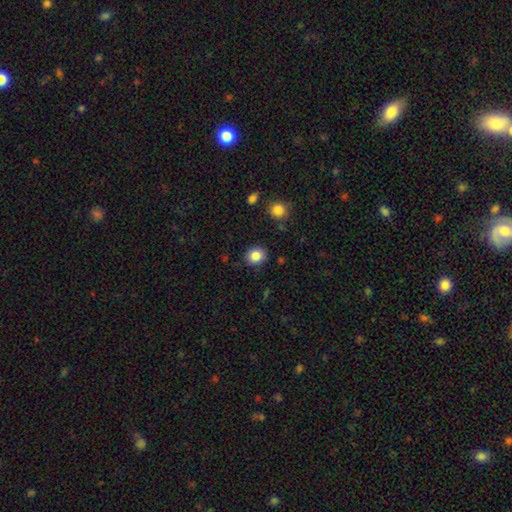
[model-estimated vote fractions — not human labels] Q: Smooth or featured?
A: smooth (84%); runner-up: star or artifact (10%)
Q: How rounded?
A: round (76%); runner-up: in between (23%)
Q: Merging?
A: none (88%); runner-up: minor disturbance (8%)